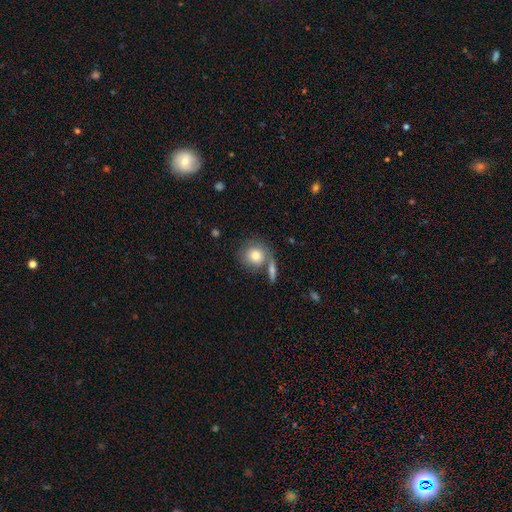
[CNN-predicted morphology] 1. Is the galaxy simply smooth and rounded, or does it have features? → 80% smooth, 13% featured or disk, 7% star or artifact.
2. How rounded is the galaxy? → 81% round, 18% in between, 2% cigar-shaped.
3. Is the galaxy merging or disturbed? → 59% none, 24% merger, 13% minor disturbance, 5% major disturbance.